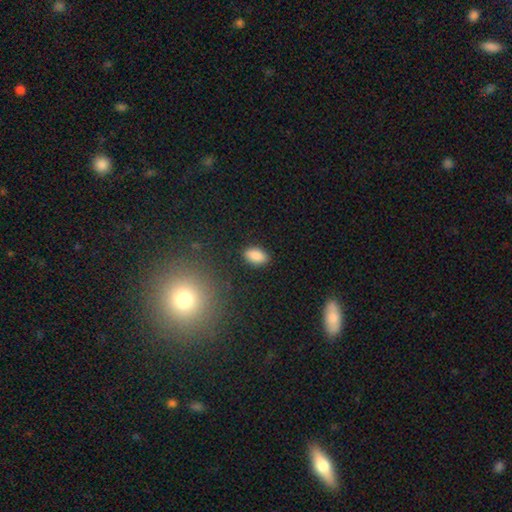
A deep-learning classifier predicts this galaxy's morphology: Q: Smooth or featured?
A: smooth (87%); runner-up: star or artifact (8%)
Q: How rounded?
A: in between (91%); runner-up: round (6%)
Q: Merging?
A: none (86%); runner-up: minor disturbance (10%)